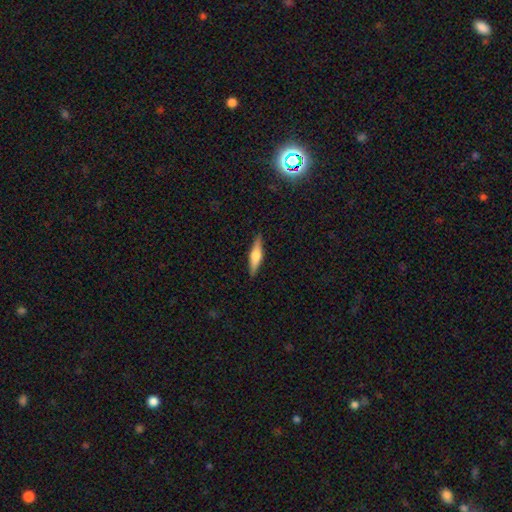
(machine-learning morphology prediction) This appears to be a featured or disk galaxy (51%) viewed edge-on (95%). Merging: none (89%).